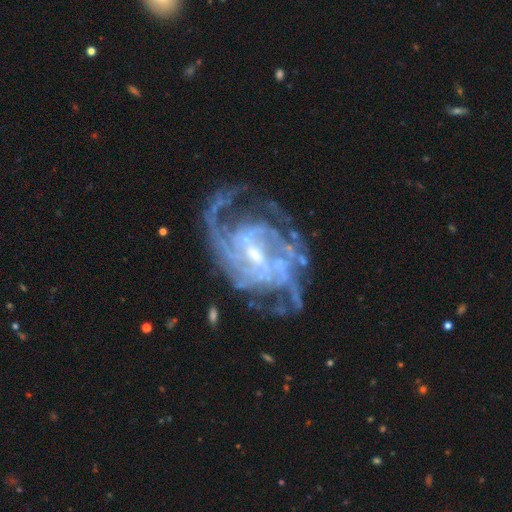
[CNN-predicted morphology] Smooth or featured: featured or disk — 92% (star or artifact — 5%)
Edge-on disk: no — 98% (yes — 2%)
Bar: weak — 50% (strong — 28%)
Spiral arms: yes — 98% (no — 2%)
Spiral winding: tight — 49% (medium — 41%)
Spiral arm count: 3 — 22% (2 — 21%)
Bulge size: small — 63% (moderate — 31%)
Merging: none — 64% (minor disturbance — 18%)